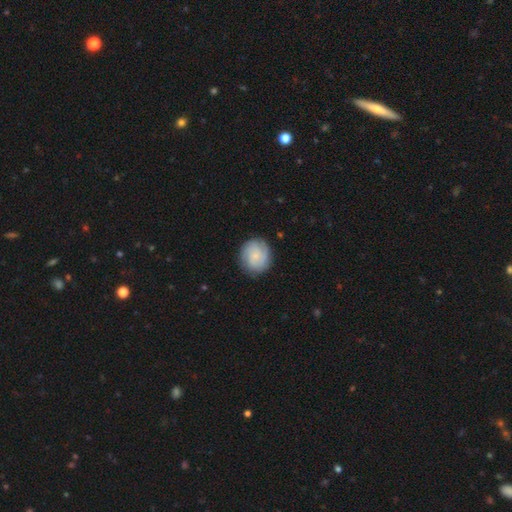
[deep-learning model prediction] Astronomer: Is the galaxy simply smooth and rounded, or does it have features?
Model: featured or disk — 55% (runner-up: smooth, 38%).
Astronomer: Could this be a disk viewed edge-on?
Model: no — 98%.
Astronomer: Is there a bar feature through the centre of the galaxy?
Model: no — 75%.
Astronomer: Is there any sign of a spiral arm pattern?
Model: yes — 92%.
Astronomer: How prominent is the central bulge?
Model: small — 72%.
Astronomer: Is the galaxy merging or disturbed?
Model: none — 84%.